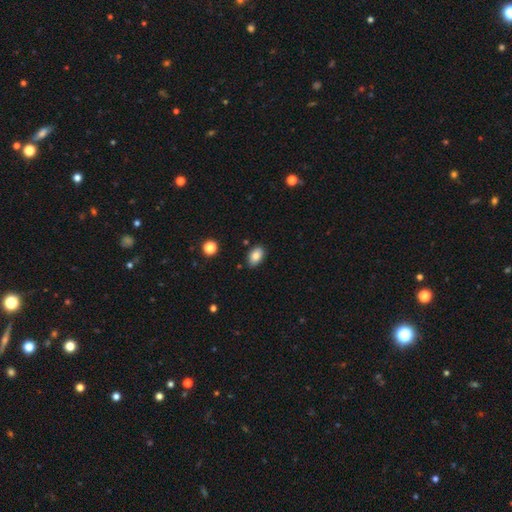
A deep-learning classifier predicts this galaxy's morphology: smooth 84%, star or artifact 9%, featured or disk 8%. Down the decision tree: how rounded — in between (89%); merging — none (85%).